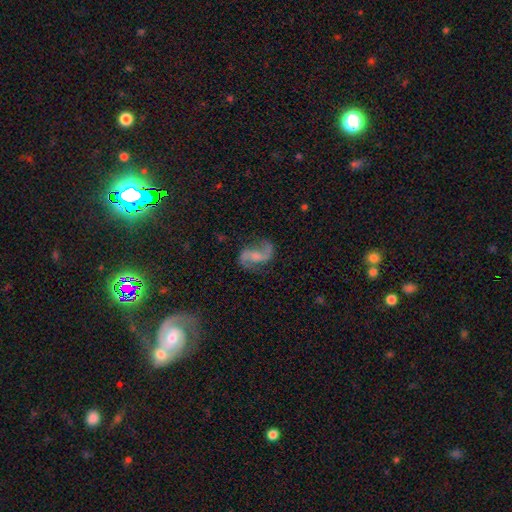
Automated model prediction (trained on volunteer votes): Morphology: type=featured or disk (87%); edge-on=no (98%); bar=weak (44%); spiral arms=yes (96%); winding=loose (62%); arm count=2 (93%); bulge=small (33%); merging=none (75%).